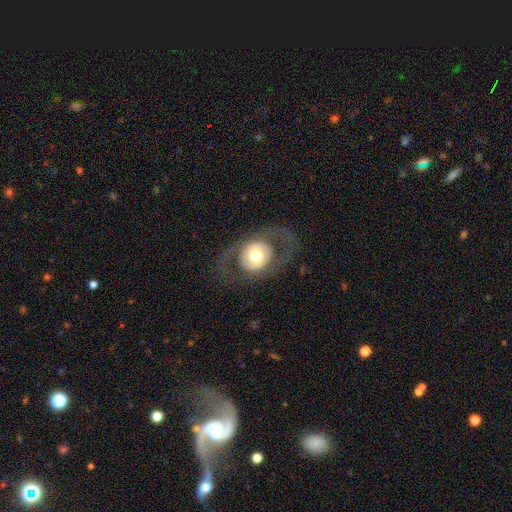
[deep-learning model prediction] featured or disk 57%, smooth 37%, star or artifact 6%. Down the decision tree: edge-on disk — no (92%); bar — no (82%); spiral arms — no (79%); bulge size — moderate (60%); merging — none (73%).